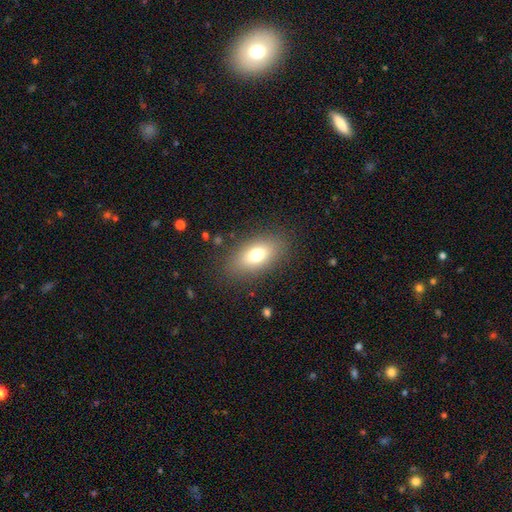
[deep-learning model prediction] Smooth or featured? Predicted: smooth (p=0.73). How rounded? Predicted: in between (p=0.86). Merging? Predicted: none (p=0.86).